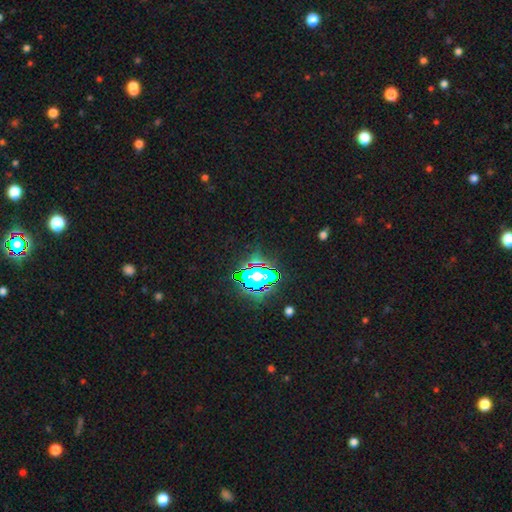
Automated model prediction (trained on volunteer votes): A star or artifact, not a galaxy (79%).